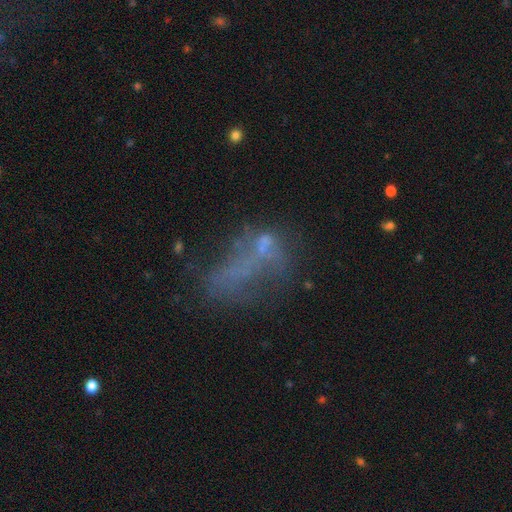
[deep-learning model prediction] smooth-or-featured: featured or disk: 38% | smooth: 36% | star or artifact: 26%
  merging: major disturbance: 32% (tied) | none: 32% (tied) | merger: 18% | minor disturbance: 18%